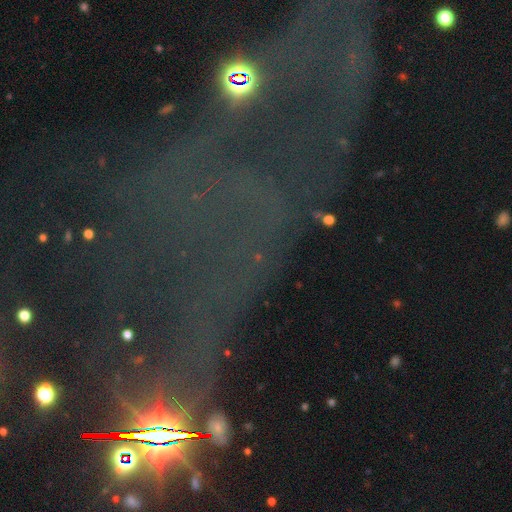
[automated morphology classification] The model was most divided on "smooth or featured": star or artifact: 71%, featured or disk: 17%, smooth: 12%.